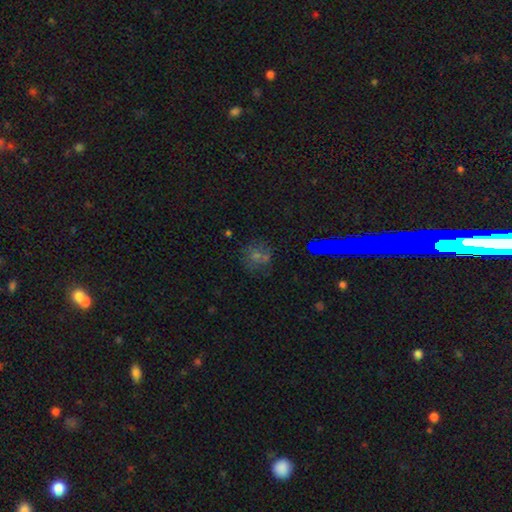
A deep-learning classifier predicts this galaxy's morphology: type=smooth (41%); merging=none (72%).